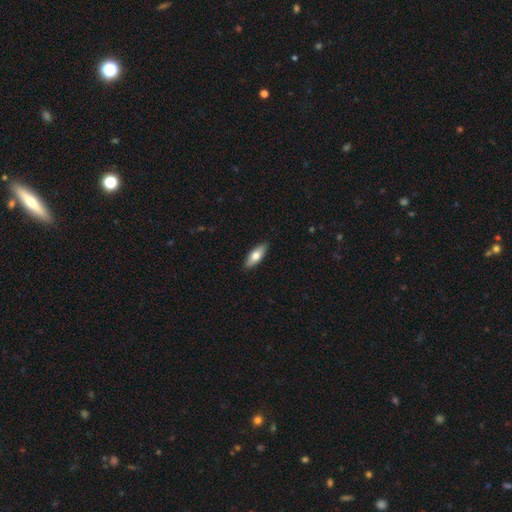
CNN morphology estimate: smooth-or-featured: smooth: 71% | featured or disk: 24% | star or artifact: 6%
  how-rounded: in between: 70% | cigar-shaped: 28% | round: 2%
  merging: none: 90% | minor disturbance: 7% | major disturbance: 2% | merger: 1%